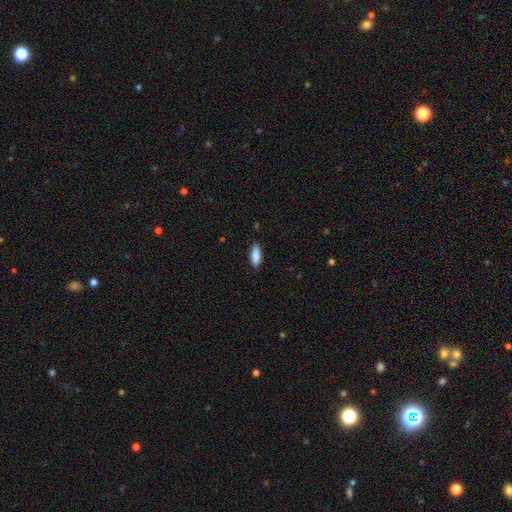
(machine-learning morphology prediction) Smooth or featured?
  - smooth: 89% *
  - star or artifact: 6%
  - featured or disk: 5%
How rounded?
  - in between: 62% *
  - cigar-shaped: 36%
  - round: 2%
Merging?
  - none: 84% *
  - minor disturbance: 13%
  - major disturbance: 2%
  - merger: 1%